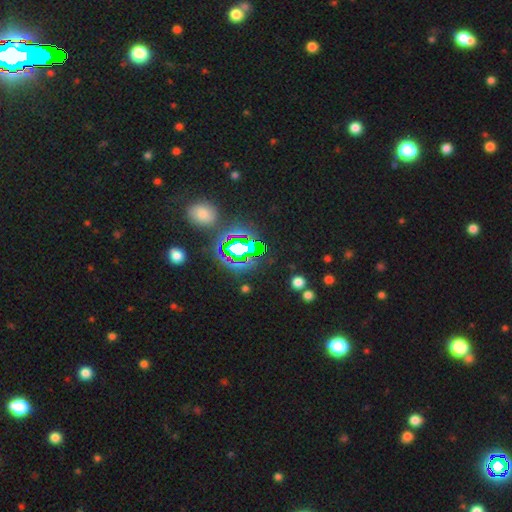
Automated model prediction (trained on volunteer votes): Smooth or featured? star or artifact (70%)